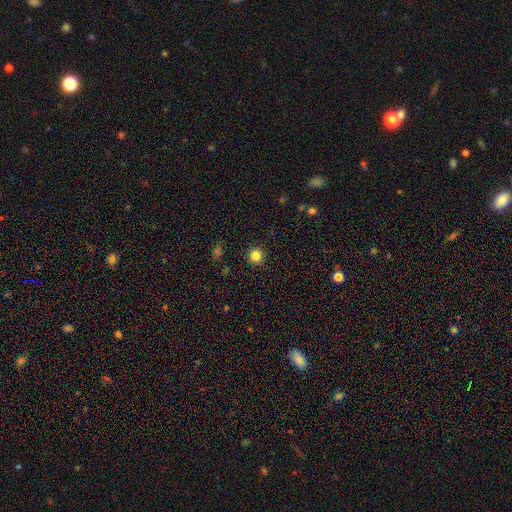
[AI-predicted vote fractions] This appears to be a smooth galaxy with no disk features (83%) that is round (95%). Merging: none (92%).